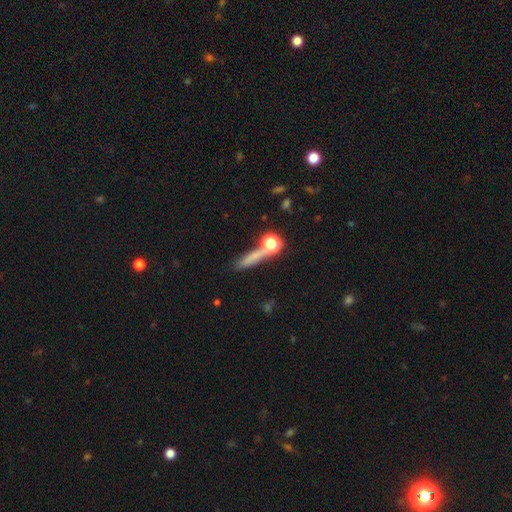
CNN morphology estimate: Smooth or featured: smooth — 60% (featured or disk — 20%)
How rounded: cigar-shaped — 69% (round — 18%)
Merging: none — 60% (merger — 17%)